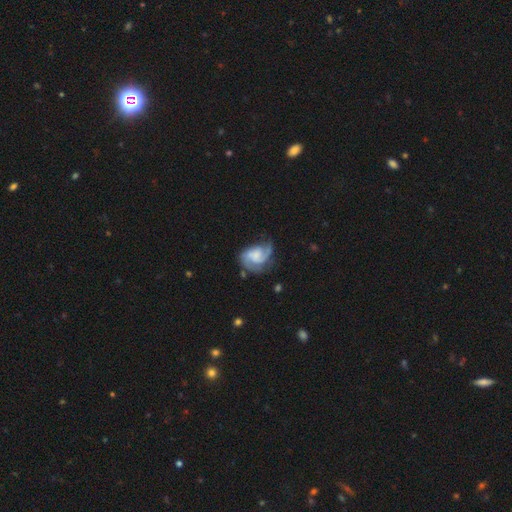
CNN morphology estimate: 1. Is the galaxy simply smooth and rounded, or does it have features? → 76% featured or disk, 18% smooth, 7% star or artifact.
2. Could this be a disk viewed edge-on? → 98% no, 2% yes.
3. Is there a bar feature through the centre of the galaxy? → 57% no, 36% weak, 8% strong.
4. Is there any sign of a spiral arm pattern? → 93% yes, 7% no.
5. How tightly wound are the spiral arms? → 45% medium, 31% tight, 24% loose.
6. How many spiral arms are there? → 52% 2, 15% 1, 15% 3, 13% can't tell, 3% 4, 2% more than 4.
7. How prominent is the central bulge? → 38% none, 30% small, 21% moderate, 9% large, 2% dominant.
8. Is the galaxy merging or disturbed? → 51% none, 25% minor disturbance, 21% major disturbance, 3% merger.